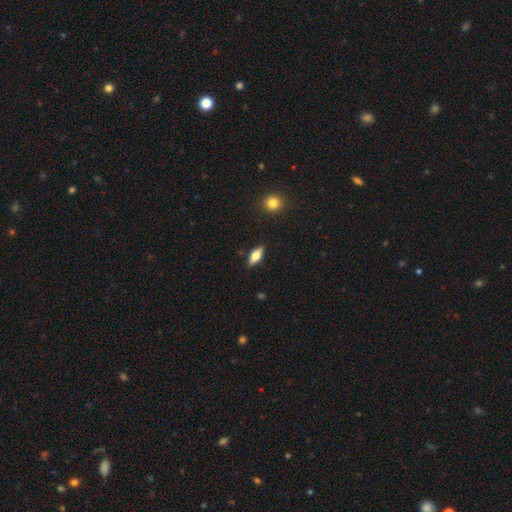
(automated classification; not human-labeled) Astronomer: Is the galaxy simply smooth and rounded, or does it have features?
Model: smooth — 60%.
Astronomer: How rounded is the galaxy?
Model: in between — 78%.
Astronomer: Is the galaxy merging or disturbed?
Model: none — 87%.